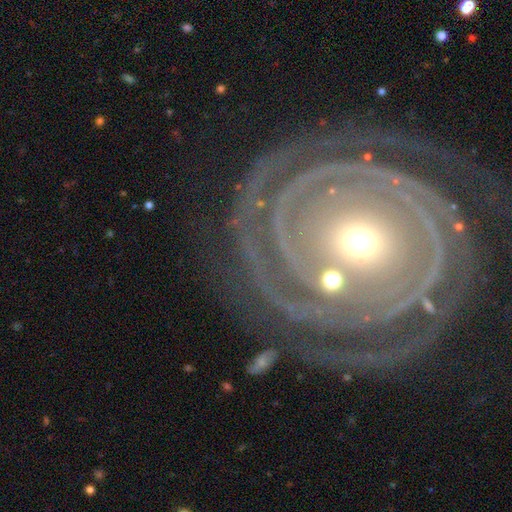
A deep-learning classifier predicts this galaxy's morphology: Q: Smooth or featured?
A: featured or disk (90%); runner-up: star or artifact (6%)
Q: Edge-on disk?
A: no (97%); runner-up: yes (3%)
Q: Bar?
A: no (78%); runner-up: weak (12%)
Q: Spiral arms?
A: yes (95%); runner-up: no (5%)
Q: Spiral winding?
A: tight (89%); runner-up: medium (9%)
Q: Spiral arm count?
A: 2 (29%); runner-up: can't tell (20%)
Q: Bulge size?
A: moderate (57%); runner-up: small (36%)
Q: Merging?
A: none (77%); runner-up: minor disturbance (13%)